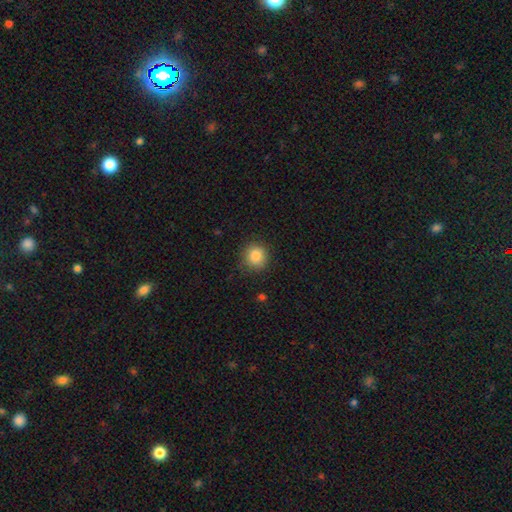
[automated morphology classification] A smooth galaxy with no disk features (85%) that is round (90%).

Vote fractions:
- Smooth or featured? smooth: 85% / star or artifact: 10% / featured or disk: 5%
- How rounded? round: 90% / in between: 9% / cigar-shaped: 1%
- Merging? none: 85% / minor disturbance: 11% / major disturbance: 3% / merger: 1%